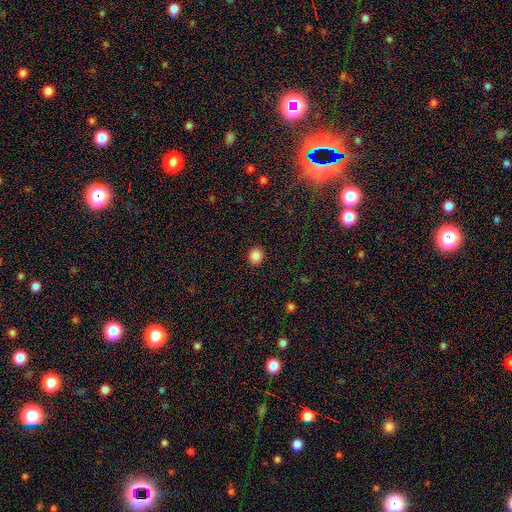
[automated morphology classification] The model was most divided on "how rounded": round: 81%, in between: 18%, cigar-shaped: 1%. More confident: merging — none (92%); smooth or featured — smooth (87%).